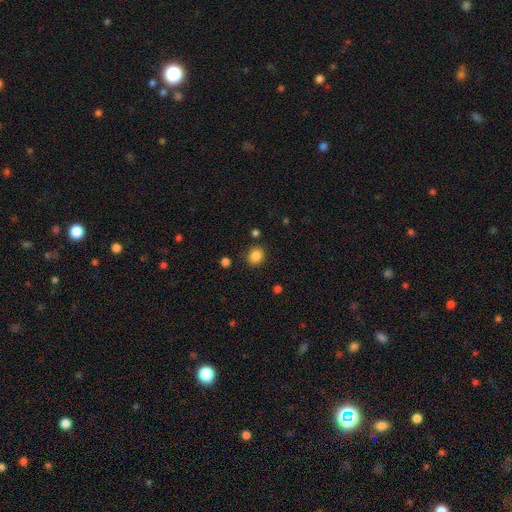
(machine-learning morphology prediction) A smooth galaxy with no disk features (85%) that is round (70%).

Vote fractions:
- Smooth or featured? smooth: 85% / star or artifact: 11% / featured or disk: 4%
- How rounded? round: 70% / in between: 29% / cigar-shaped: 1%
- Merging? none: 86% / minor disturbance: 9% / major disturbance: 3% / merger: 2%